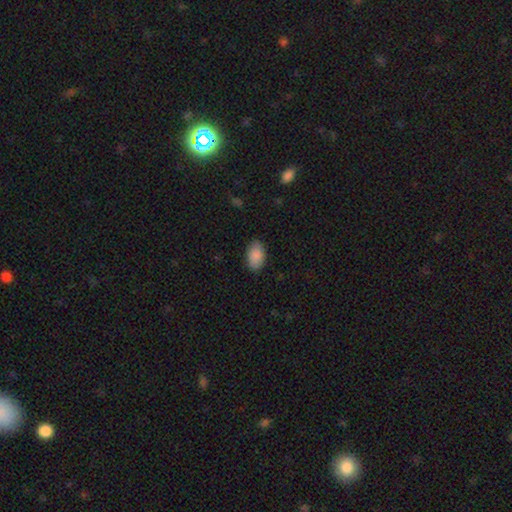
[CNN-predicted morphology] Smooth or featured: smooth — 89% (star or artifact — 7%)
How rounded: in between — 92% (round — 6%)
Merging: none — 86% (minor disturbance — 10%)